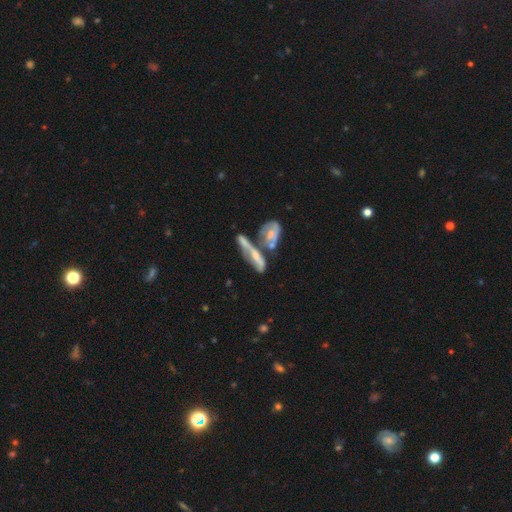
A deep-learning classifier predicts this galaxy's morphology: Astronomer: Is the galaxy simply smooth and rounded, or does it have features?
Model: featured or disk — 59%.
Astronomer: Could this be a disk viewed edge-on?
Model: no — 50%, tied with yes at 50%.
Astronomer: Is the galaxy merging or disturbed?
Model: merger — 52%.